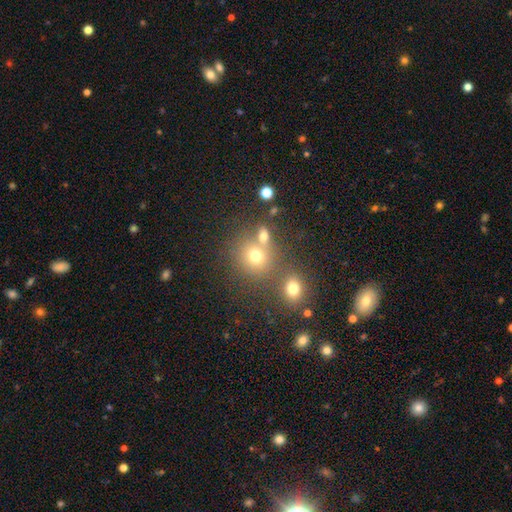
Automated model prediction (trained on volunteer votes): Q: Smooth or featured?
A: smooth (71%); runner-up: star or artifact (18%)
Q: How rounded?
A: round (82%); runner-up: in between (17%)
Q: Merging?
A: none (59%); runner-up: merger (27%)